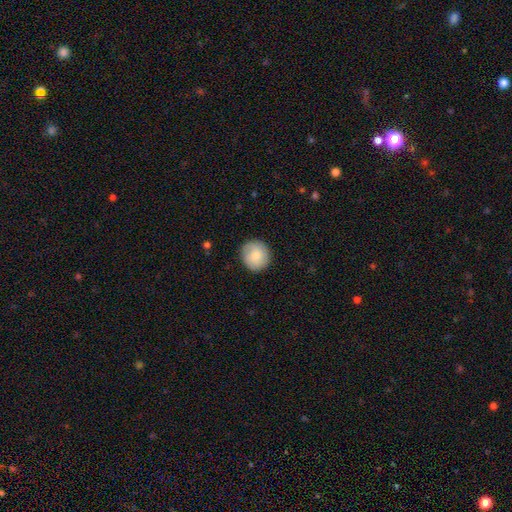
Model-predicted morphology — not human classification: smooth_or_featured: smooth (p=0.81) [alt: featured or disk p=0.12]
how_rounded: round (p=0.91) [alt: in between p=0.08]
merging: none (p=0.87) [alt: minor disturbance p=0.10]